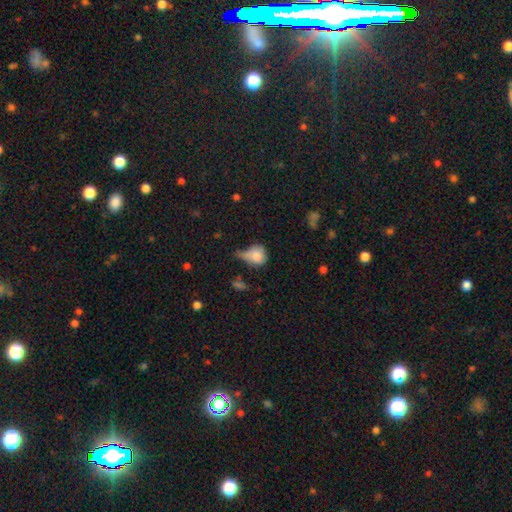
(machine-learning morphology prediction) Overall: smooth (77%). How rounded: round (62%; in between 36%). Merging: minor disturbance (35%; none 28%).